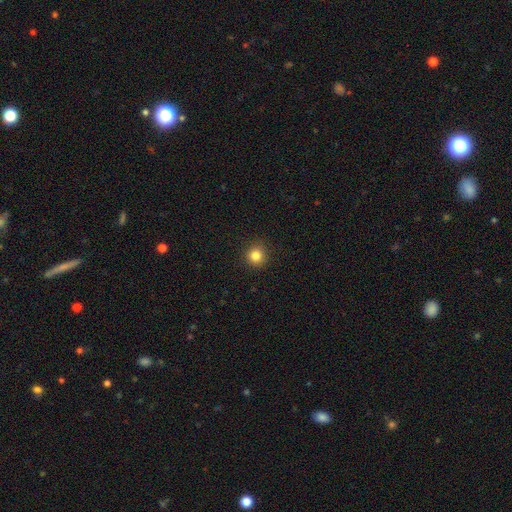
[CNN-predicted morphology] Smooth or featured? smooth (83%)
How rounded? round (93%)
Merging? none (91%)